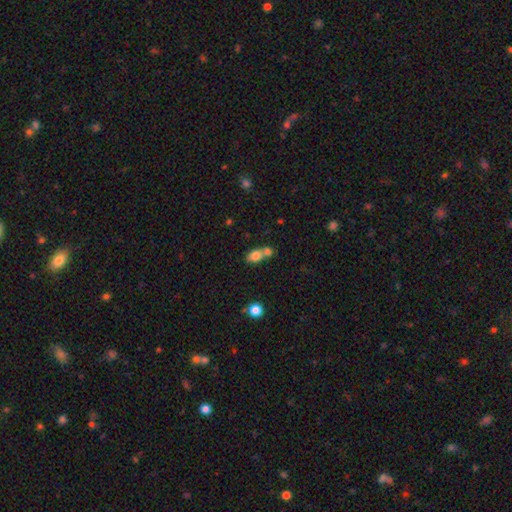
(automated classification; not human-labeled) Smooth or featured: smooth — 78% (featured or disk — 13%)
How rounded: in between — 78% (round — 19%)
Merging: merger — 57% (none — 30%)